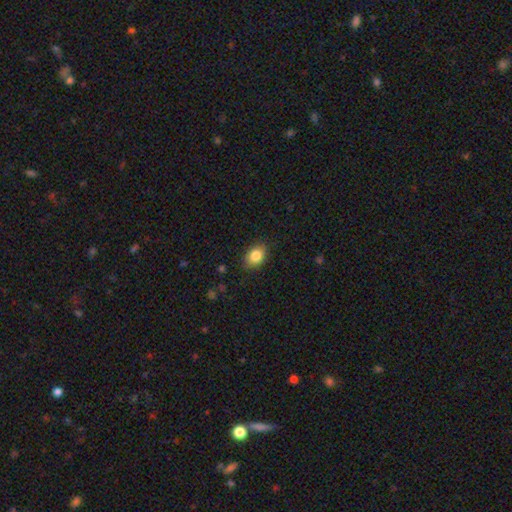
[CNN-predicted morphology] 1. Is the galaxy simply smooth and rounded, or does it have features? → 85% smooth, 8% star or artifact, 7% featured or disk.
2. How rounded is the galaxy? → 73% in between, 26% round, 1% cigar-shaped.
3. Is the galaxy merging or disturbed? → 85% none, 12% minor disturbance, 3% major disturbance, 1% merger.